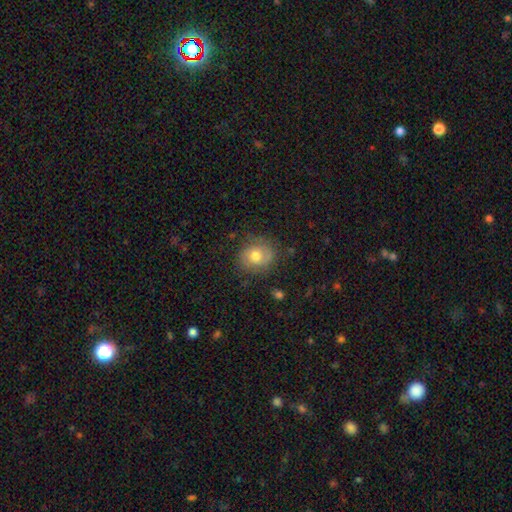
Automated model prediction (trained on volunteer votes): Smooth or featured: smooth — 62% (featured or disk — 28%)
How rounded: round — 68% (in between — 32%)
Merging: none — 73% (minor disturbance — 19%)